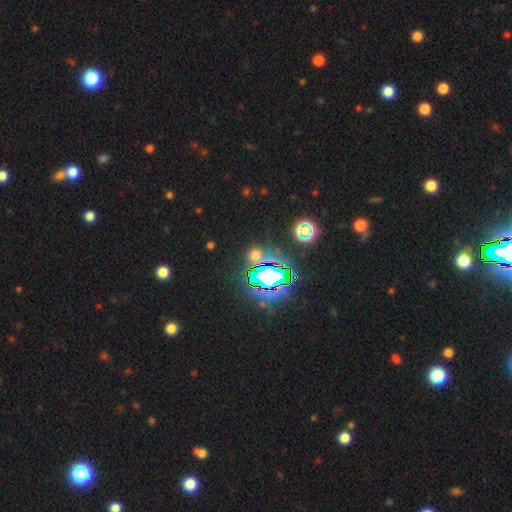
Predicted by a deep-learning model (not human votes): Overall: star or artifact (59%; smooth 32%).